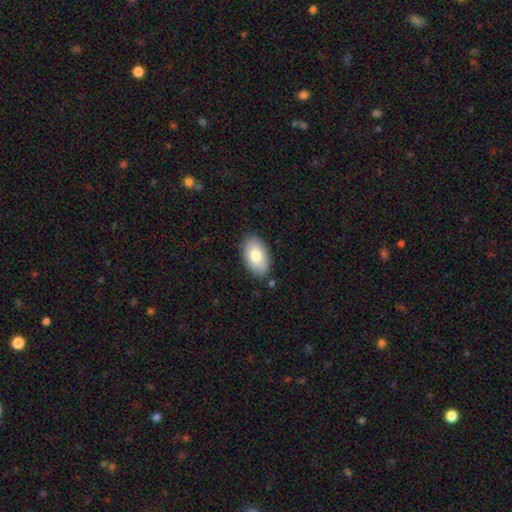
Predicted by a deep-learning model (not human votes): Smooth or featured? smooth (77%)
How rounded? in between (94%)
Merging? none (84%)